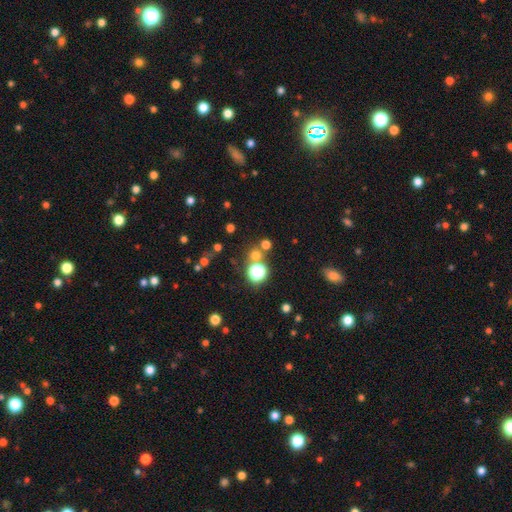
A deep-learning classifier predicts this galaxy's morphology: smooth_or_featured: smooth (p=0.56) [alt: star or artifact p=0.37]
how_rounded: round (p=0.90) [alt: in between p=0.08]
merging: none (p=0.73) [alt: merger p=0.16]